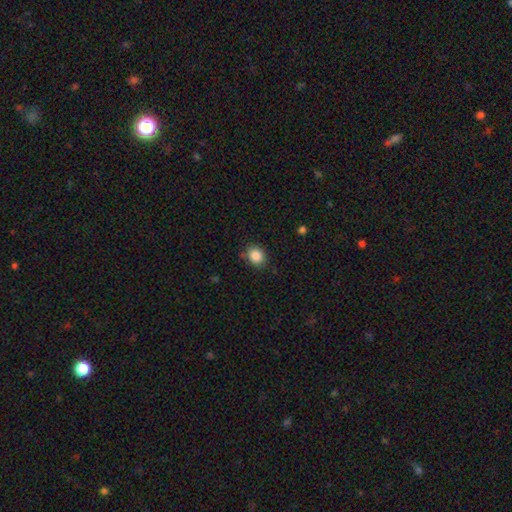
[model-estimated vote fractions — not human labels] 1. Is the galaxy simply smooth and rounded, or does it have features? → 86% smooth, 10% star or artifact, 4% featured or disk.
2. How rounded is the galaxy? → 66% round, 34% in between, 1% cigar-shaped.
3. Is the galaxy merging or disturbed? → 81% none, 13% minor disturbance, 3% major disturbance, 3% merger.